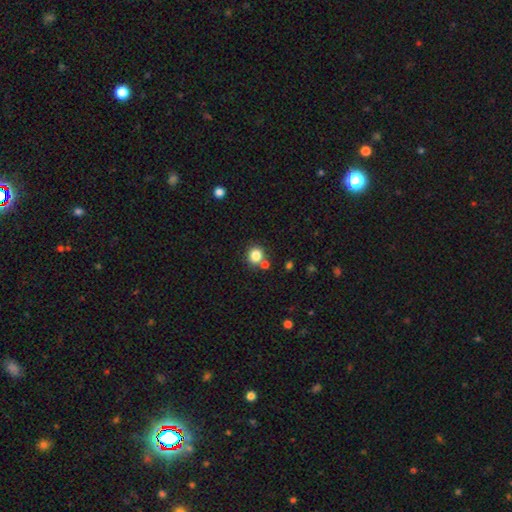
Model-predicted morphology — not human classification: A smooth galaxy with no disk features (83%) that is round (83%).

Vote fractions:
- Smooth or featured? smooth: 83% / star or artifact: 11% / featured or disk: 6%
- How rounded? round: 83% / in between: 16% / cigar-shaped: 1%
- Merging? none: 69% / merger: 19% / minor disturbance: 9% / major disturbance: 3%